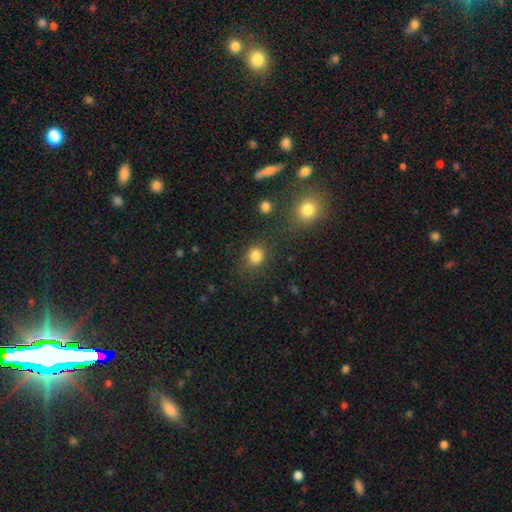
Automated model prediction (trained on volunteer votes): Q: Smooth or featured?
A: smooth (83%); runner-up: star or artifact (13%)
Q: How rounded?
A: round (73%); runner-up: in between (26%)
Q: Merging?
A: none (79%); runner-up: minor disturbance (11%)